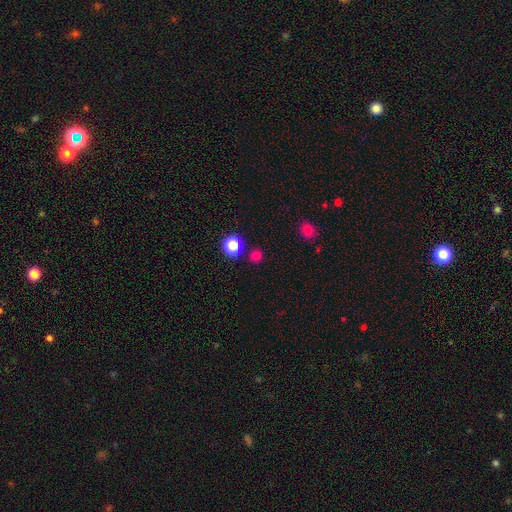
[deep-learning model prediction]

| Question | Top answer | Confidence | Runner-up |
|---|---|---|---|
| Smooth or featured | smooth | 71% | star or artifact (25%) |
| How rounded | round | 90% | in between (9%) |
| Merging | none | 85% | minor disturbance (7%) |